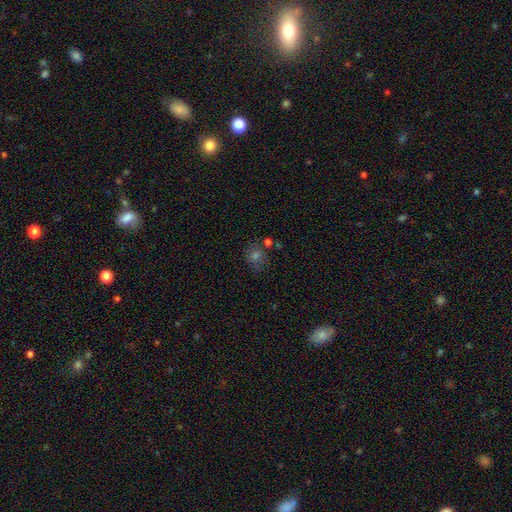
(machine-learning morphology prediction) type=smooth (53%); roundness=round (71%); merging=none (69%).